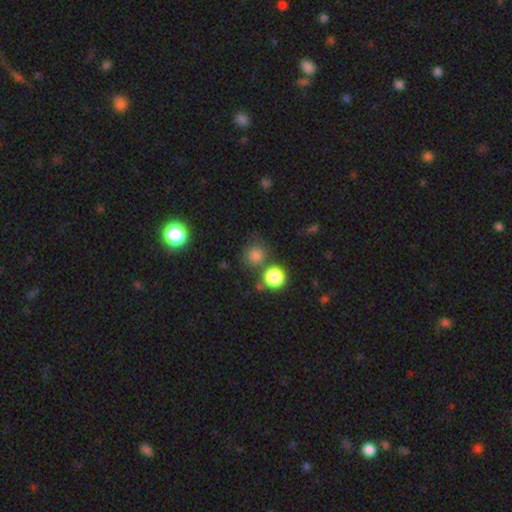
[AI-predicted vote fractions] smooth 76%, star or artifact 18%, featured or disk 6%. Down the decision tree: how rounded — round (89%); merging — none (70%).